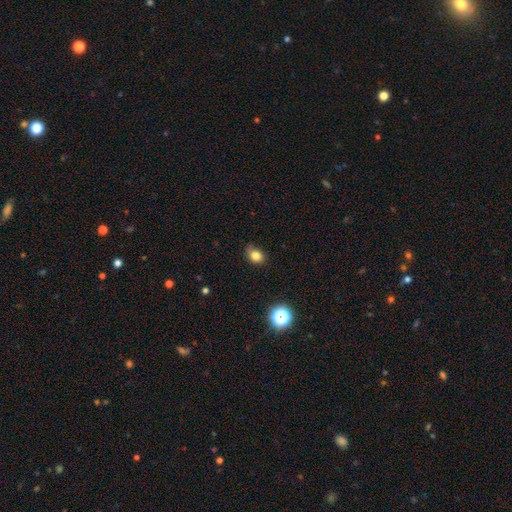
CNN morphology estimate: The model was most divided on "how rounded": in between: 55%, round: 44%, cigar-shaped: 1%. More confident: smooth or featured — smooth (80%); merging — none (66%).